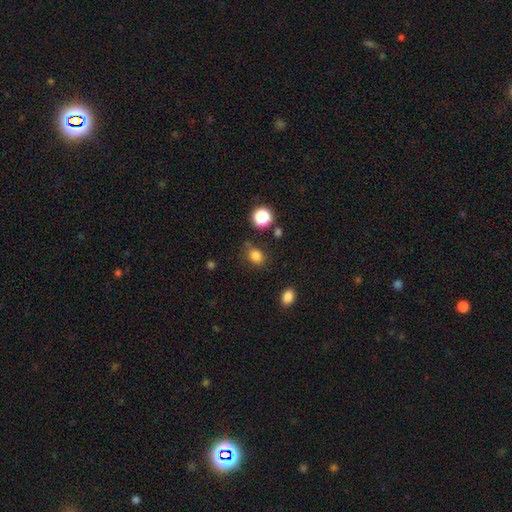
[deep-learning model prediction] Overall: smooth (82%). How rounded: round (54%; in between 45%). Merging: none (73%).